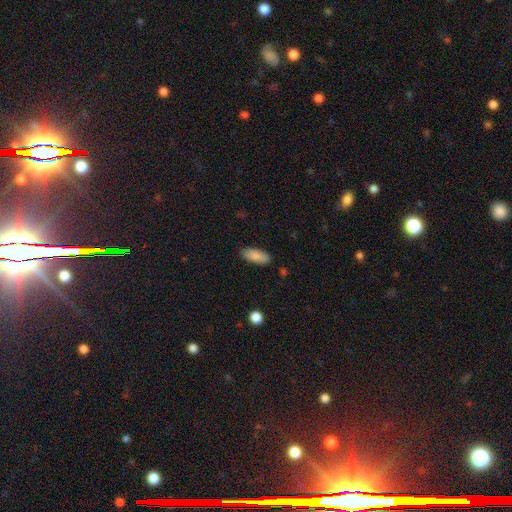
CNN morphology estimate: Overall: smooth (86%). How rounded: in between (83%). Merging: none (85%).